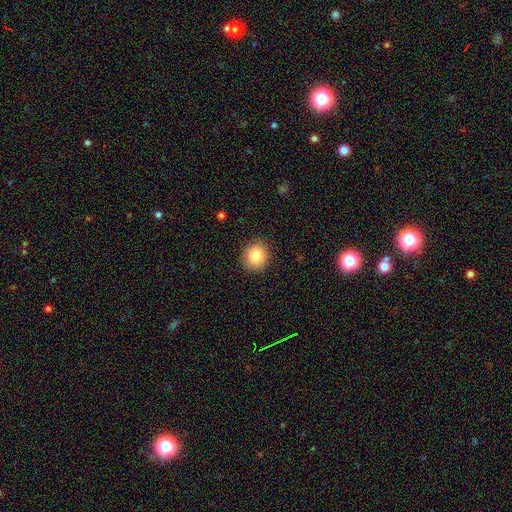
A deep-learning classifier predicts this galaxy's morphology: The model was most divided on "how rounded": round: 84%, in between: 15%, cigar-shaped: 1%. More confident: merging — none (90%); smooth or featured — smooth (84%).